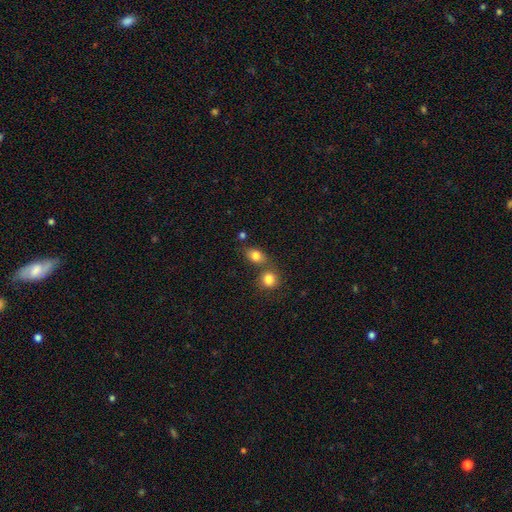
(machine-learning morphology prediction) A smooth galaxy with no disk features (81%) that is in between round and cigar-shaped (66%). Merging: none (56%).